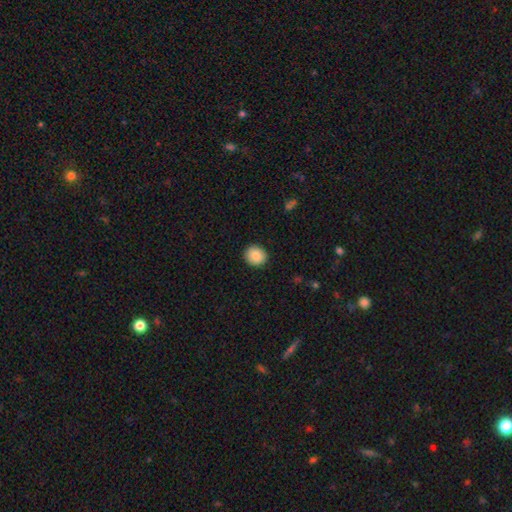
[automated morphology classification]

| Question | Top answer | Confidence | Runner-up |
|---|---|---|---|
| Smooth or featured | smooth | 86% | star or artifact (8%) |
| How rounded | round | 80% | in between (19%) |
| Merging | none | 90% | minor disturbance (7%) |